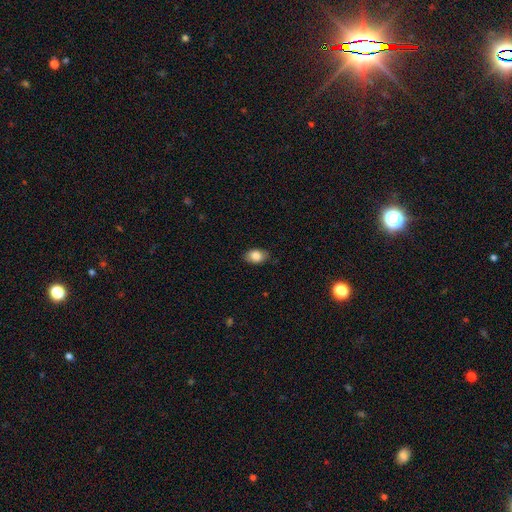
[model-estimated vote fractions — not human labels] Morphology: type=smooth (84%); roundness=in between (86%); merging=none (83%).